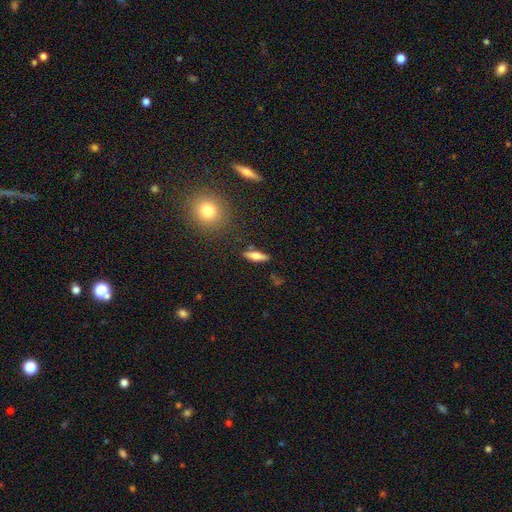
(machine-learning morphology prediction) type=smooth (52%); roundness=cigar-shaped (55%); merging=none (85%).